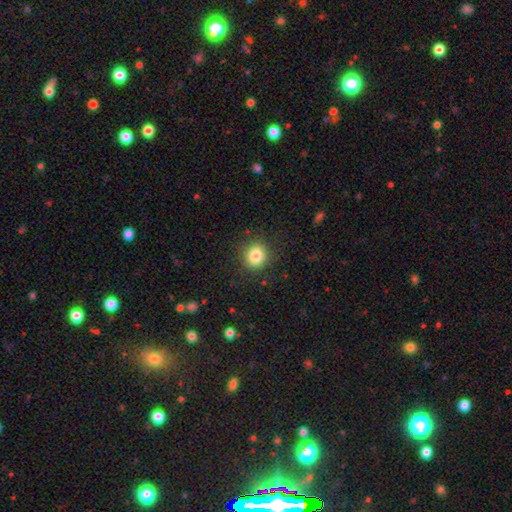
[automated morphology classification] Q: Smooth or featured?
A: smooth (83%); runner-up: star or artifact (11%)
Q: How rounded?
A: round (80%); runner-up: in between (19%)
Q: Merging?
A: none (87%); runner-up: minor disturbance (9%)